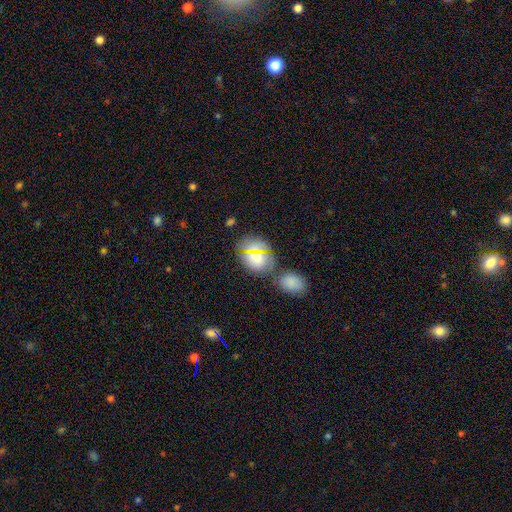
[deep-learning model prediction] Overall: smooth (67%). How rounded: in between (54%; round 44%). Merging: none (69%).